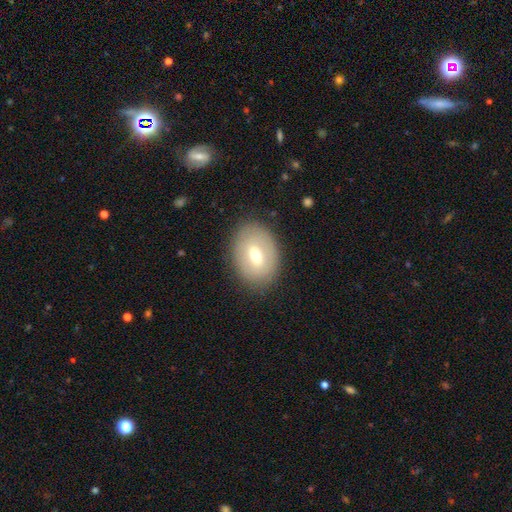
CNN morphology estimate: smooth 59%, featured or disk 33%, star or artifact 9%. Down the decision tree: how rounded — in between (70%); merging — none (85%).